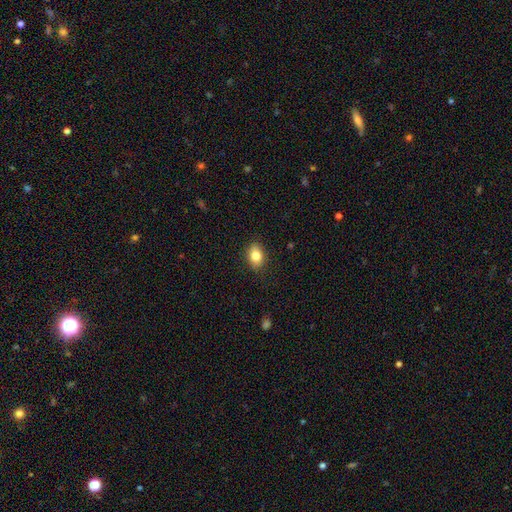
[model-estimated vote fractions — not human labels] The model was most divided on "how rounded": in between: 76%, round: 22%, cigar-shaped: 2%. More confident: merging — none (87%); smooth or featured — smooth (82%).